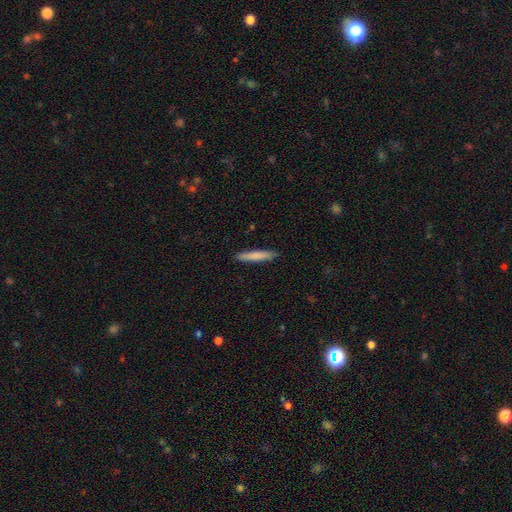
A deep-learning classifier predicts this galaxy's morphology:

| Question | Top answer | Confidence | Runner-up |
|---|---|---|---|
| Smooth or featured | smooth | 78% | featured or disk (17%) |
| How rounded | cigar-shaped | 94% | in between (5%) |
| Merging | none | 91% | minor disturbance (7%) |